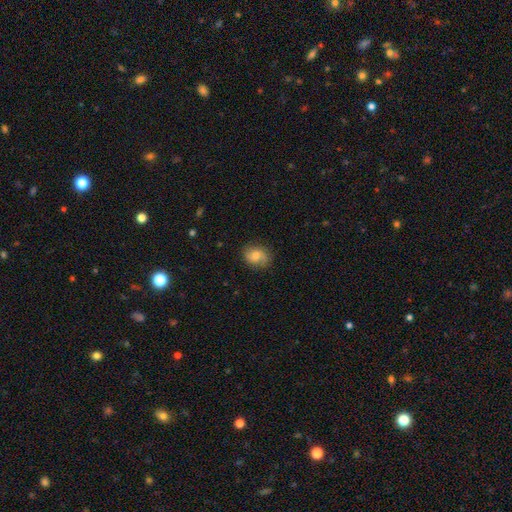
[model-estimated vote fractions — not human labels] Q: Smooth or featured?
A: smooth (61%); runner-up: featured or disk (30%)
Q: How rounded?
A: round (51%); runner-up: in between (48%)
Q: Merging?
A: none (80%); runner-up: minor disturbance (15%)